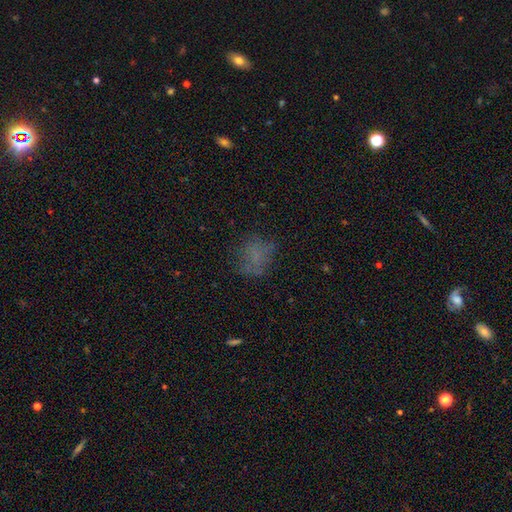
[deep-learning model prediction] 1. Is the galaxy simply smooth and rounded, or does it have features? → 56% smooth, 22% featured or disk, 22% star or artifact.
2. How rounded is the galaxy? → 60% round, 38% in between, 2% cigar-shaped.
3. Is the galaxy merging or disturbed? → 62% none, 20% minor disturbance, 17% major disturbance, 2% merger.